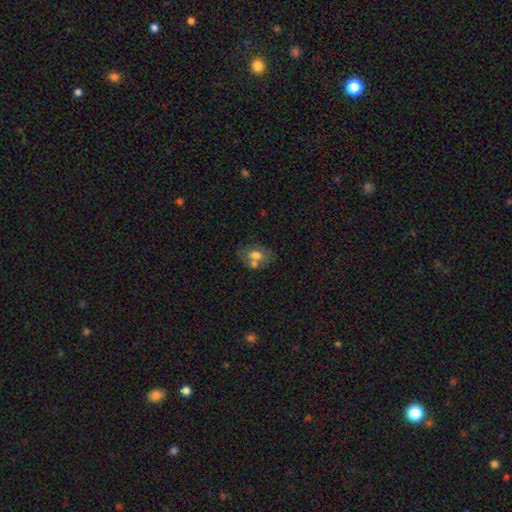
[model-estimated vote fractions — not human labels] Smooth or featured? smooth (61%)
How rounded? in between (70%)
Merging? none (45%)